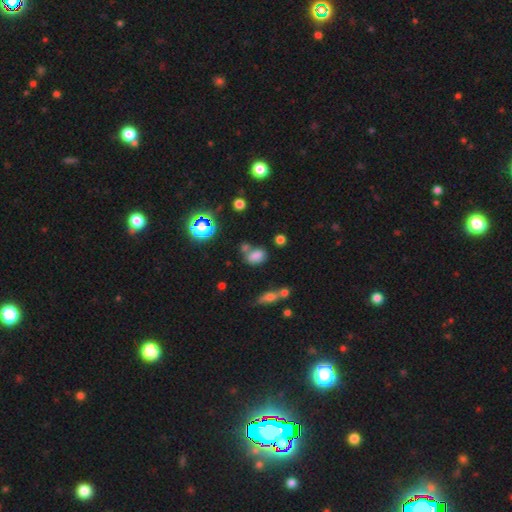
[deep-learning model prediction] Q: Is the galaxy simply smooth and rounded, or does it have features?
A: smooth — 71%.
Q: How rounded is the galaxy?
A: in between — 76%.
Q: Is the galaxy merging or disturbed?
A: none — 51%.